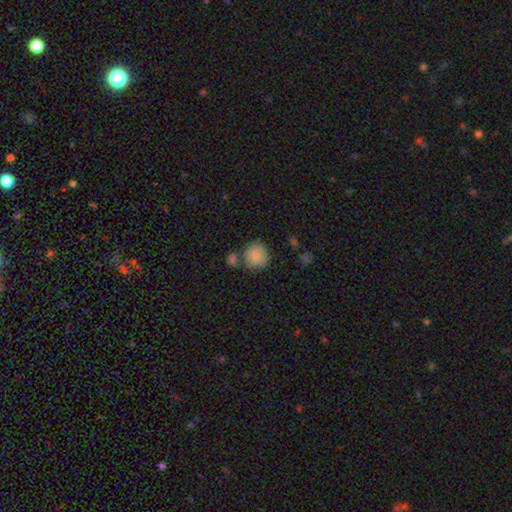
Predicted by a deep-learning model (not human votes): The model was most divided on "merging": none: 61%, merger: 19%, minor disturbance: 15%, major disturbance: 5%. More confident: how rounded — round (88%); smooth or featured — smooth (84%).